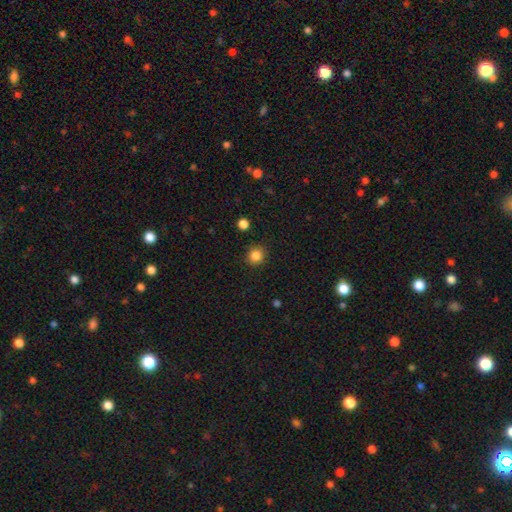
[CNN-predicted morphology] smooth 85%, star or artifact 11%, featured or disk 4%. Down the decision tree: how rounded — round (89%); merging — none (90%).